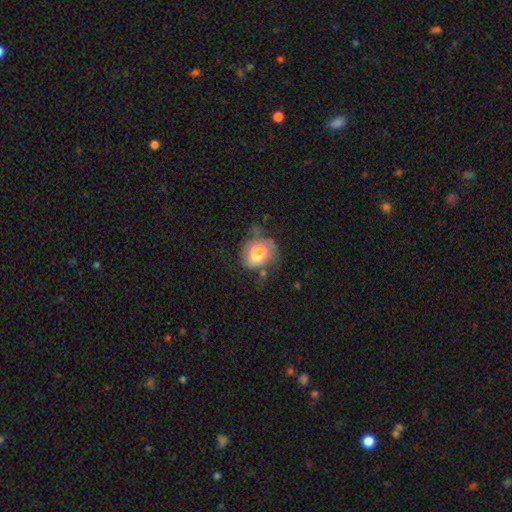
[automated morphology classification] This appears to be a smooth galaxy with no disk features (66%) that is round (63%). Merging: none (45%).